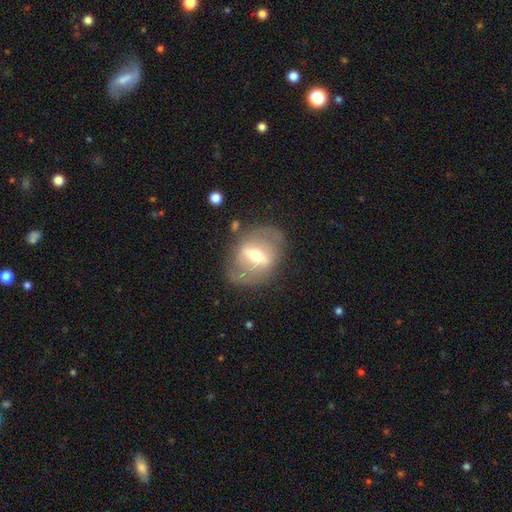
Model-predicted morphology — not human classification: Q: Smooth or featured?
A: featured or disk (70%); runner-up: smooth (23%)
Q: Edge-on disk?
A: no (86%); runner-up: yes (14%)
Q: Bar?
A: strong (60%); runner-up: weak (28%)
Q: Spiral arms?
A: no (56%); runner-up: yes (44%)
Q: Bulge size?
A: moderate (64%); runner-up: small (22%)
Q: Merging?
A: none (71%); runner-up: minor disturbance (16%)